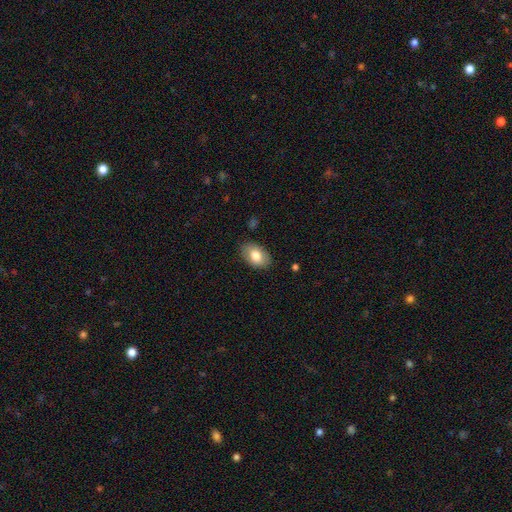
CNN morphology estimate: A smooth galaxy with no disk features (79%) that is in between round and cigar-shaped (88%). Merging: none (85%).